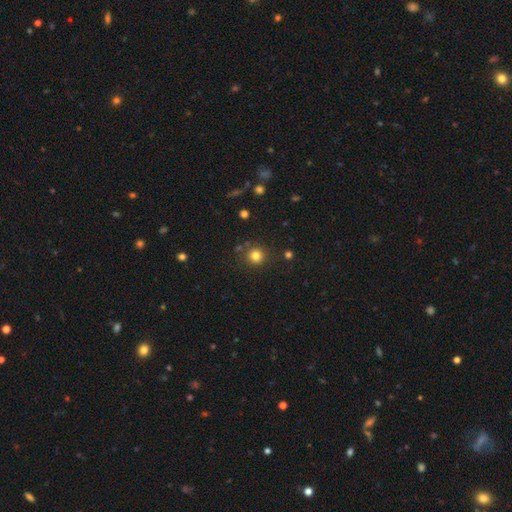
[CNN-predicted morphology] smooth-or-featured: smooth: 80% | star or artifact: 14% | featured or disk: 6%
  how-rounded: round: 92% | in between: 7% | cigar-shaped: 1%
  merging: none: 84% | minor disturbance: 8% | merger: 5% | major disturbance: 3%